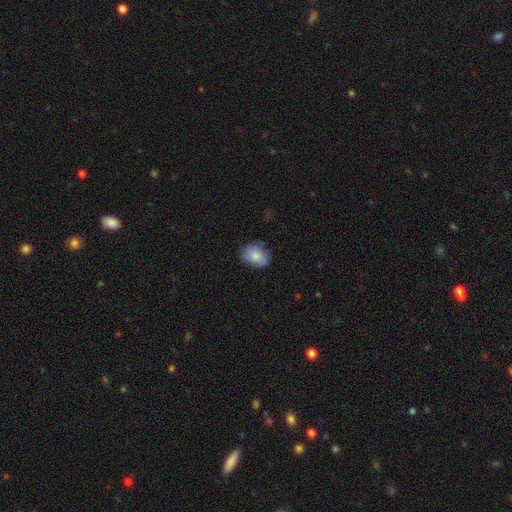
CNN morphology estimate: smooth-or-featured: smooth: 82% | featured or disk: 11% | star or artifact: 7%
  how-rounded: in between: 65% | round: 34% | cigar-shaped: 1%
  merging: none: 70% | minor disturbance: 24% | major disturbance: 5% | merger: 1%